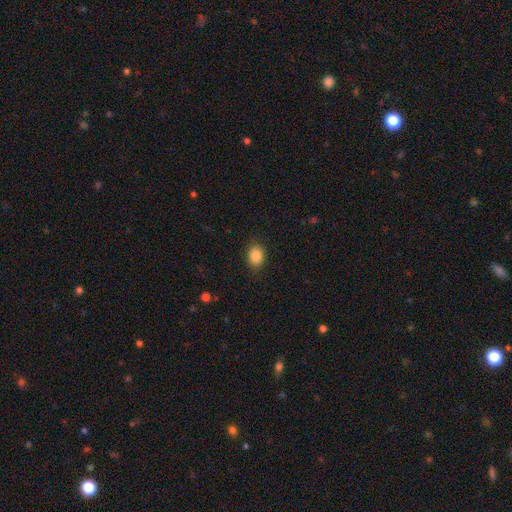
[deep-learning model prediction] Smooth or featured?
  - smooth: 87% *
  - star or artifact: 9%
  - featured or disk: 4%
How rounded?
  - in between: 62% *
  - round: 37%
  - cigar-shaped: 1%
Merging?
  - none: 87% *
  - minor disturbance: 9%
  - major disturbance: 3%
  - merger: 1%